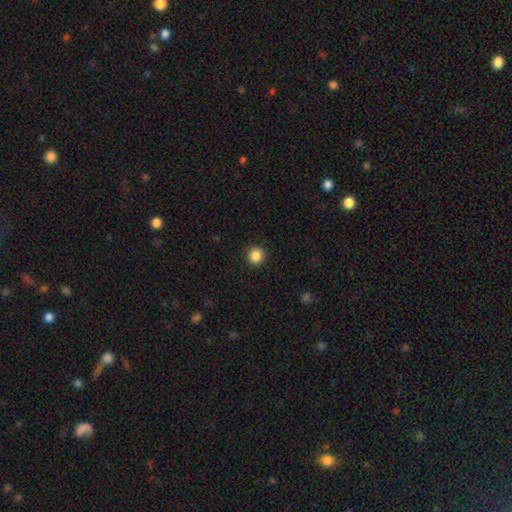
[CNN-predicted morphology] Overall: smooth (86%). How rounded: round (95%). Merging: none (93%).